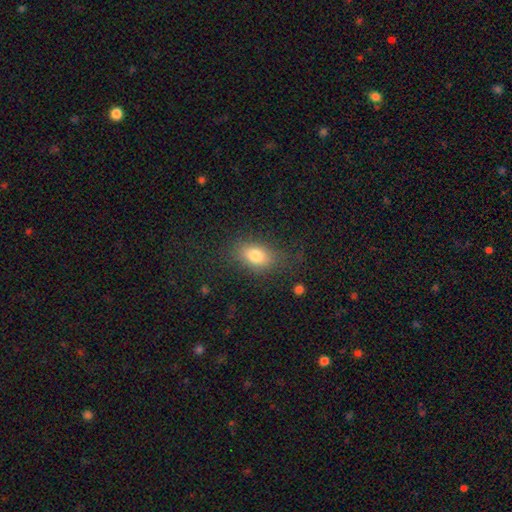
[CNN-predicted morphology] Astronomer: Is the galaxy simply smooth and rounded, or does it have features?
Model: smooth — 80%.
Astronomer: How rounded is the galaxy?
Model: in between — 84%.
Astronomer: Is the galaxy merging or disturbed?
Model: none — 74%.